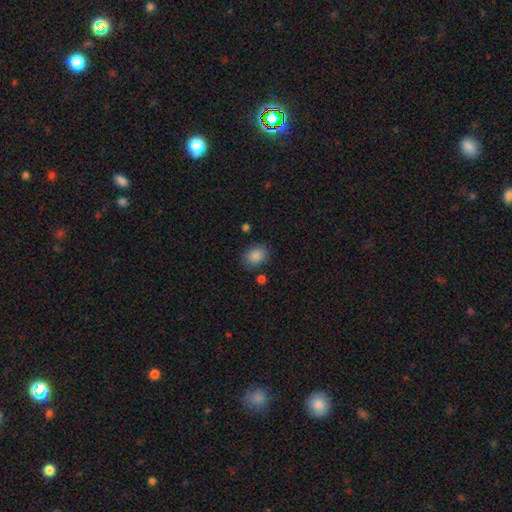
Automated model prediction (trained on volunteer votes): Smooth or featured: smooth — 87% (star or artifact — 8%)
How rounded: in between — 54% (round — 45%)
Merging: none — 80% (minor disturbance — 13%)